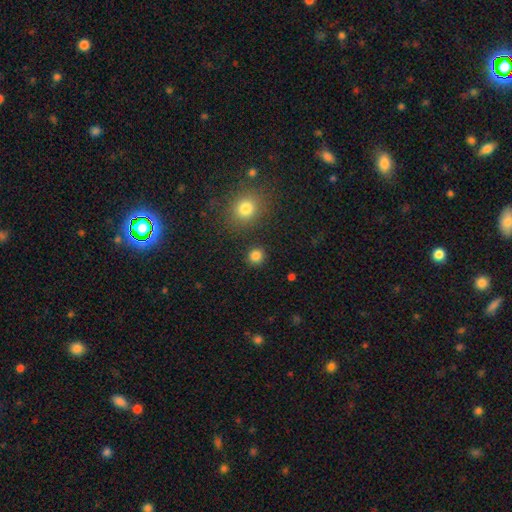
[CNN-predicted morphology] smooth-or-featured: smooth: 84% | star or artifact: 12% | featured or disk: 4%
  how-rounded: round: 89% | in between: 10% | cigar-shaped: 1%
  merging: none: 89% | minor disturbance: 6% | merger: 3% | major disturbance: 2%